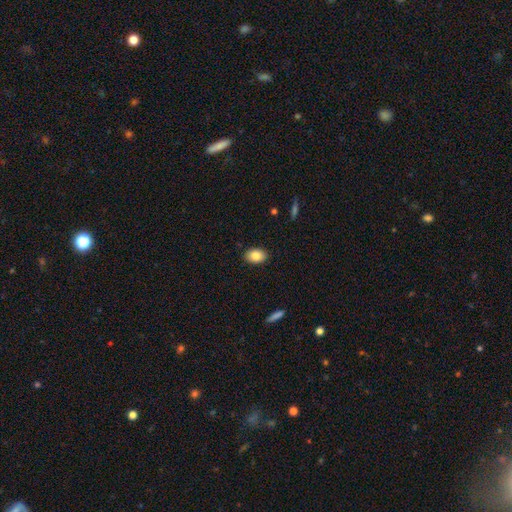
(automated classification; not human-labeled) This appears to be a smooth galaxy with no disk features (85%) that is in between round and cigar-shaped (85%). Merging: none (89%).